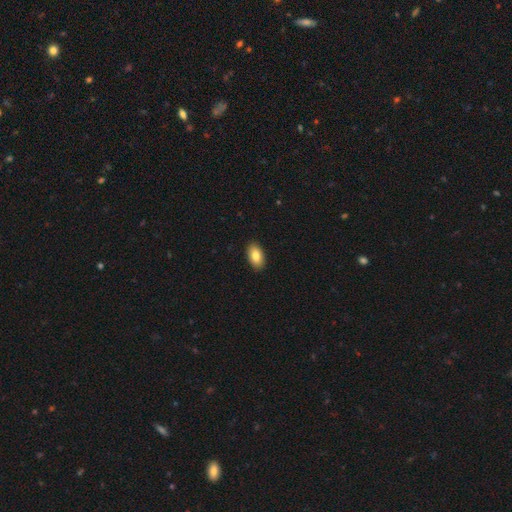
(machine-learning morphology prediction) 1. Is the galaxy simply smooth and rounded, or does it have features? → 83% smooth, 10% featured or disk, 7% star or artifact.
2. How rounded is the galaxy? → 94% in between, 5% round, 2% cigar-shaped.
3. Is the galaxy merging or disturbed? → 91% none, 7% minor disturbance, 2% major disturbance, 1% merger.